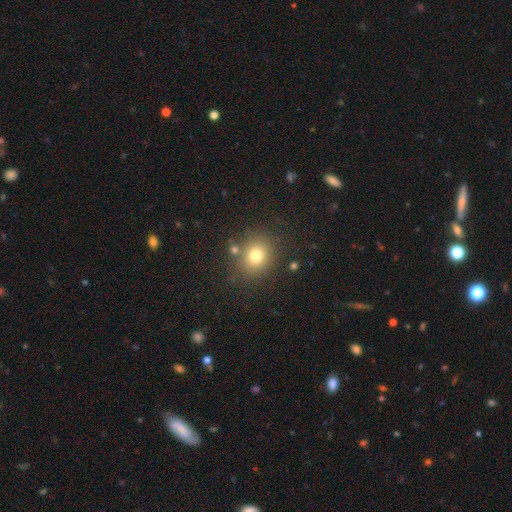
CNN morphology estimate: Smooth or featured? smooth (77%)
How rounded? round (75%)
Merging? none (80%)